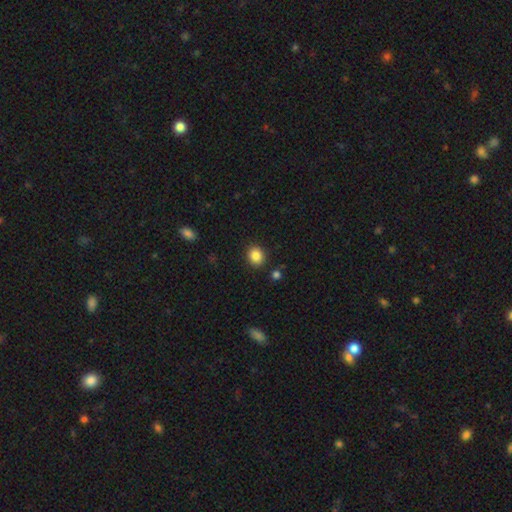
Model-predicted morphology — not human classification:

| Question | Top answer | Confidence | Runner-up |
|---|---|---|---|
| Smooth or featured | smooth | 86% | star or artifact (10%) |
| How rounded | round | 68% | in between (31%) |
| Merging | none | 89% | minor disturbance (7%) |